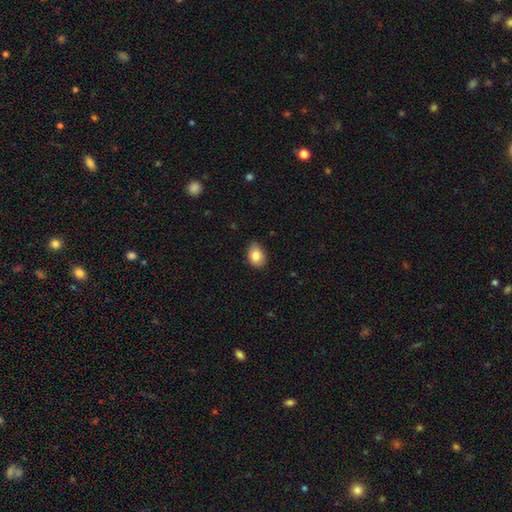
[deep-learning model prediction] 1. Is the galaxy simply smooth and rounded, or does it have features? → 84% smooth, 8% star or artifact, 8% featured or disk.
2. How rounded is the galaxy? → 71% in between, 28% round, 1% cigar-shaped.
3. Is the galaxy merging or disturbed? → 73% none, 23% minor disturbance, 3% major disturbance, 1% merger.